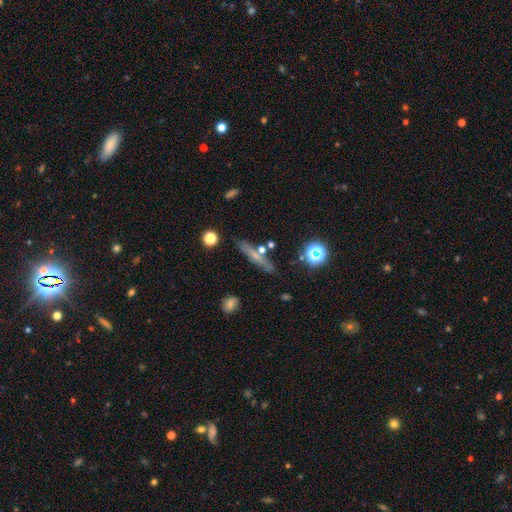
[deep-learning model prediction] Overall: smooth (52%; featured or disk 34%). How rounded: cigar-shaped (83%). Merging: none (78%).